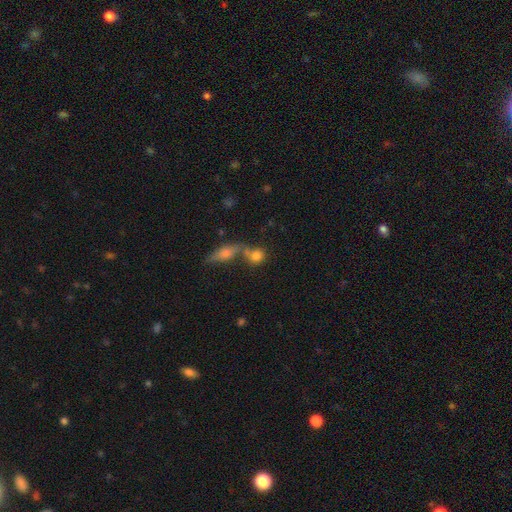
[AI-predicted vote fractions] smooth_or_featured: smooth (p=0.79) [alt: featured or disk p=0.11]
how_rounded: round (p=0.69) [alt: in between p=0.26]
merging: none (p=0.44) [alt: merger p=0.40]